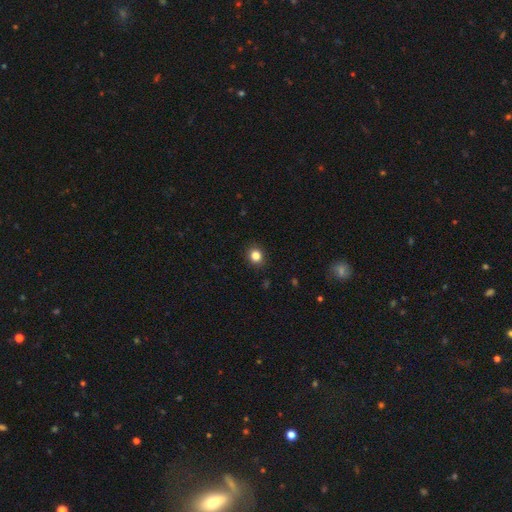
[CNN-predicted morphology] A smooth galaxy with no disk features (84%) that is round (77%). Merging: none (90%).